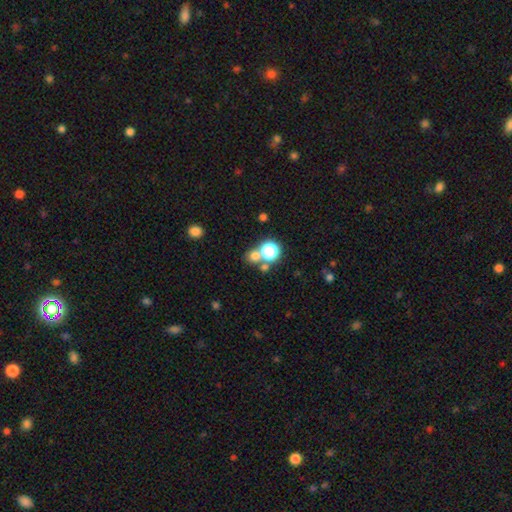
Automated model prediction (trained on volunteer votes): Smooth or featured? smooth (68%)
How rounded? round (86%)
Merging? none (58%)